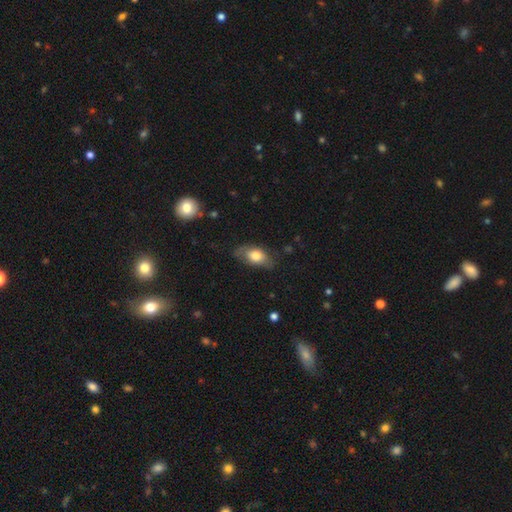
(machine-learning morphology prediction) Q: Smooth or featured?
A: smooth (66%); runner-up: featured or disk (27%)
Q: How rounded?
A: in between (88%); runner-up: round (7%)
Q: Merging?
A: none (63%); runner-up: minor disturbance (27%)